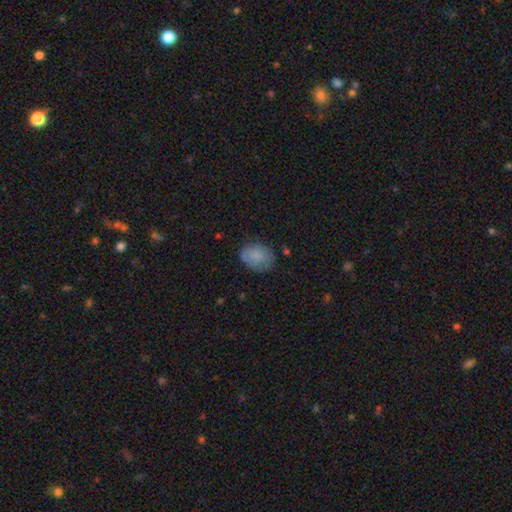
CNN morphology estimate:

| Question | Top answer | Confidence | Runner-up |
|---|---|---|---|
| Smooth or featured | smooth | 81% | featured or disk (11%) |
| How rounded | in between | 68% | round (31%) |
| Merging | none | 70% | minor disturbance (22%) |